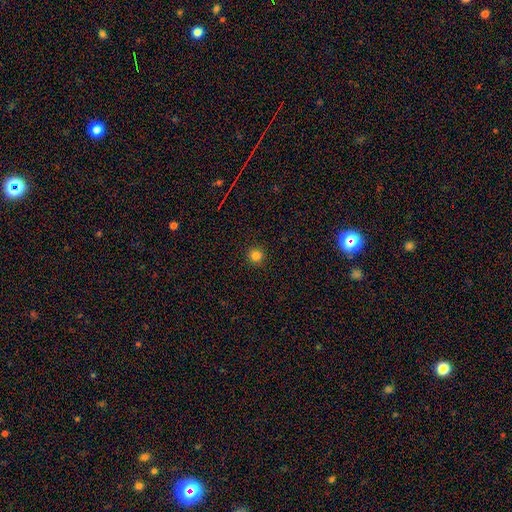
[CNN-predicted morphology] Overall: smooth (82%). How rounded: round (95%). Merging: none (93%).